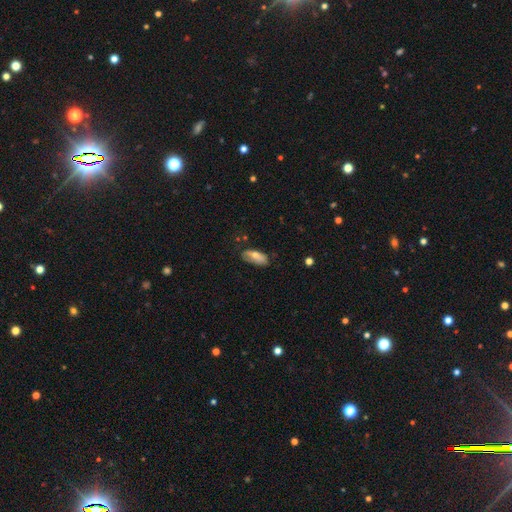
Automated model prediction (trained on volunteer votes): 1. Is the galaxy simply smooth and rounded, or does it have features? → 64% smooth, 29% featured or disk, 7% star or artifact.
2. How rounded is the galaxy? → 83% in between, 14% cigar-shaped, 3% round.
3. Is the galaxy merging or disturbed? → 66% none, 25% minor disturbance, 6% major disturbance, 2% merger.